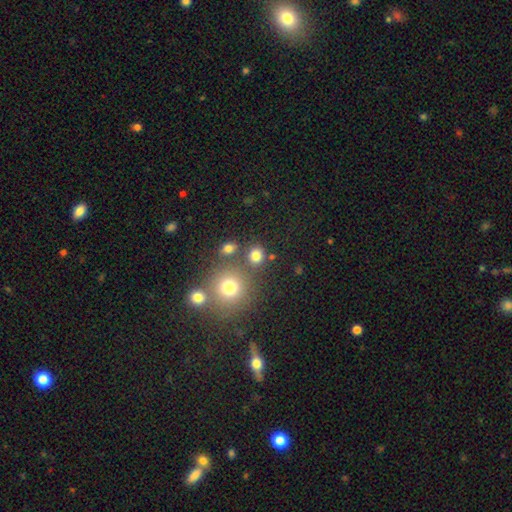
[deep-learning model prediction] smooth-or-featured: smooth: 78% | star or artifact: 15% | featured or disk: 7%
  how-rounded: round: 82% | in between: 17% | cigar-shaped: 1%
  merging: none: 73% | merger: 14% | minor disturbance: 9% | major disturbance: 4%